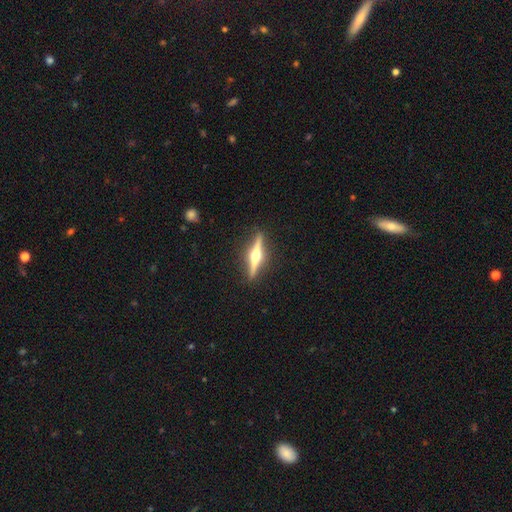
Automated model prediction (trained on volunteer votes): smooth-or-featured: featured or disk: 81% | smooth: 14% | star or artifact: 5%
  disk-edge-on: yes: 98% | no: 2%
    edge-on-bulge: rounded: 96% | boxy: 2% | none: 2%
  merging: none: 91% | minor disturbance: 6% | major disturbance: 2% | merger: 1%